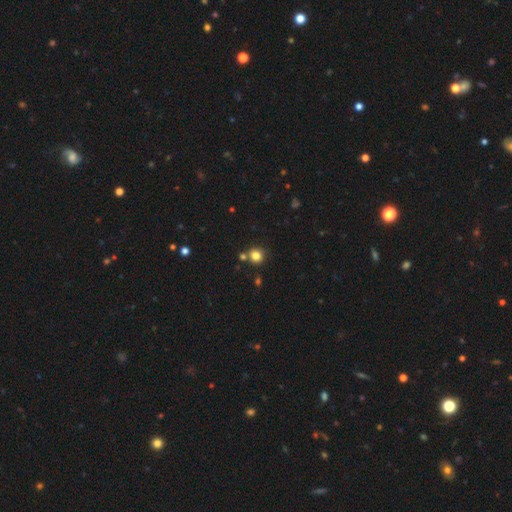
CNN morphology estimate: type=smooth (81%); roundness=round (89%); merging=none (76%).